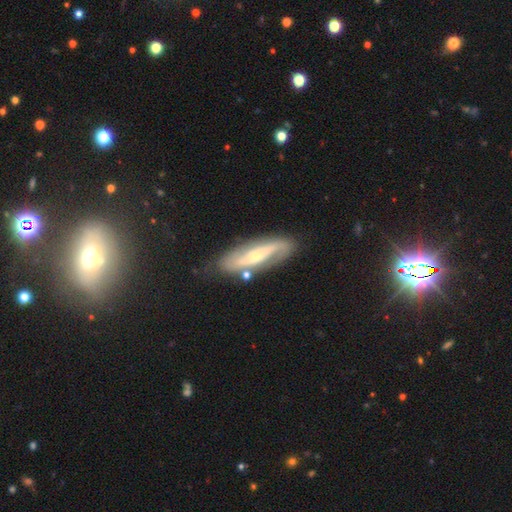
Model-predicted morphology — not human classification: Overall: featured or disk (75%). Edge-on disk: no (79%). Bar: no (46%; strong 27%). Spiral arms: yes (80%). Bulge size: small (60%; moderate 36%). Merging: none (75%).